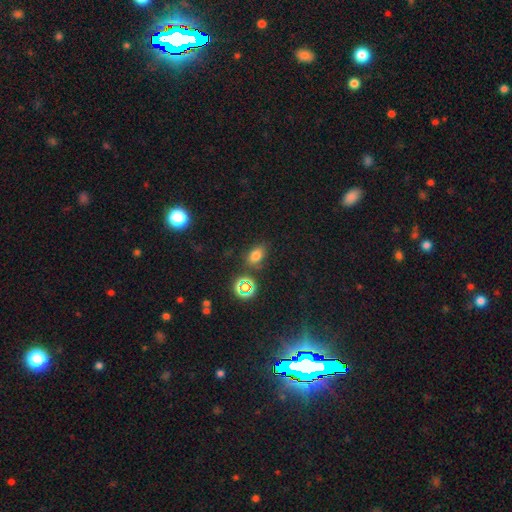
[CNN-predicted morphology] Smooth or featured: smooth — 70% (star or artifact — 23%)
How rounded: in between — 78% (round — 20%)
Merging: none — 77% (minor disturbance — 14%)